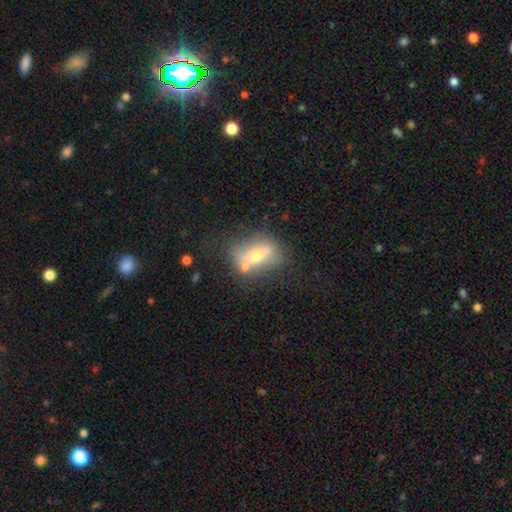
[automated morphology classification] A smooth galaxy with no disk features (52%) that is in between round and cigar-shaped (67%). Merging: none (56%).